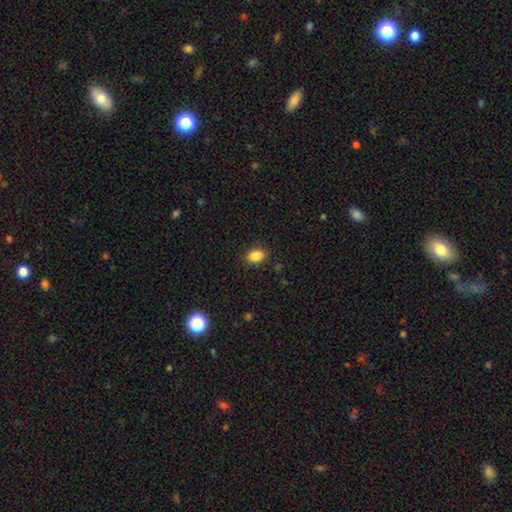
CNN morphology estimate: Q: Smooth or featured?
A: smooth (87%); runner-up: star or artifact (9%)
Q: How rounded?
A: in between (75%); runner-up: round (24%)
Q: Merging?
A: none (87%); runner-up: minor disturbance (9%)